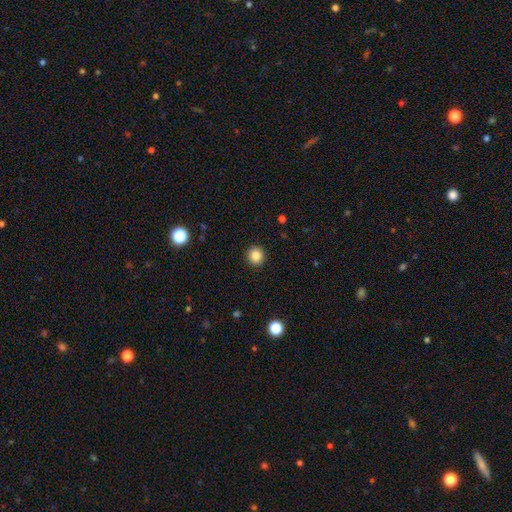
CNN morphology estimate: type=smooth (86%); roundness=round (90%); merging=none (92%).